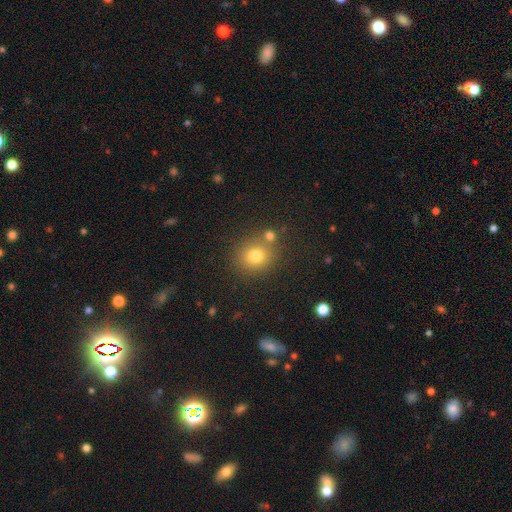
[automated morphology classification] The model was most divided on "smooth or featured": smooth: 75%, star or artifact: 16%, featured or disk: 9%. More confident: how rounded — round (80%); merging — none (74%).